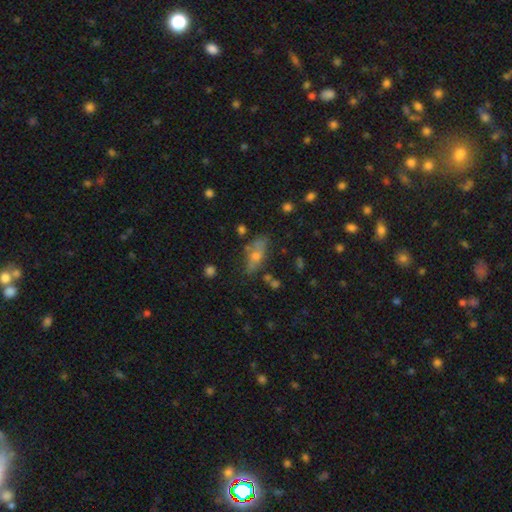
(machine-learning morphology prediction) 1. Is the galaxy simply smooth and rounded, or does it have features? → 53% smooth, 35% featured or disk, 12% star or artifact.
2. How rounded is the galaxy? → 64% in between, 30% cigar-shaped, 6% round.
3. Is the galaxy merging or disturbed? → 64% none, 20% minor disturbance, 8% merger, 8% major disturbance.